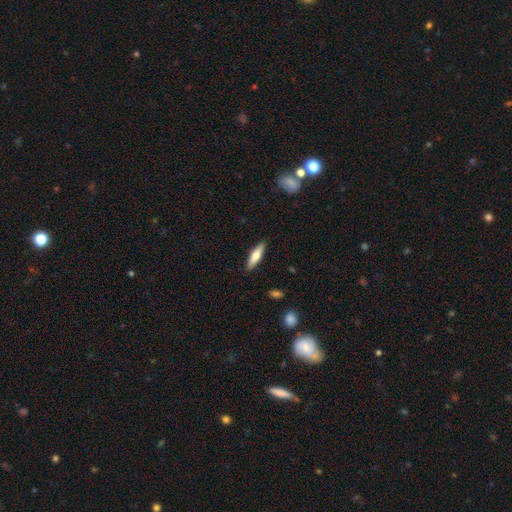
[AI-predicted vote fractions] smooth_or_featured: smooth (p=0.60) [alt: featured or disk p=0.35]
how_rounded: cigar-shaped (p=0.71) [alt: in between p=0.28]
merging: none (p=0.89) [alt: minor disturbance p=0.08]